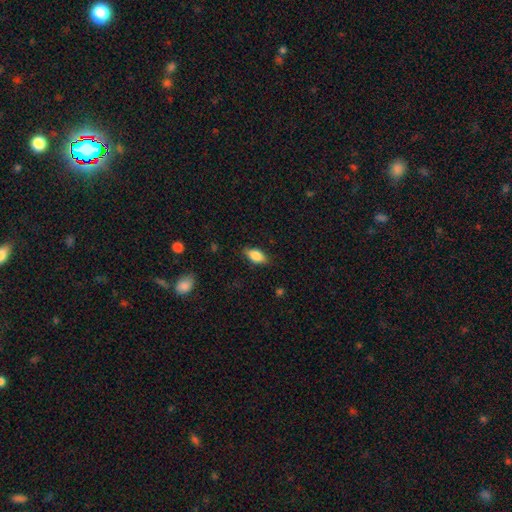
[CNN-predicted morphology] The model was most divided on "smooth or featured": smooth: 80%, featured or disk: 13%, star or artifact: 7%. More confident: how rounded — in between (86%); merging — none (84%).